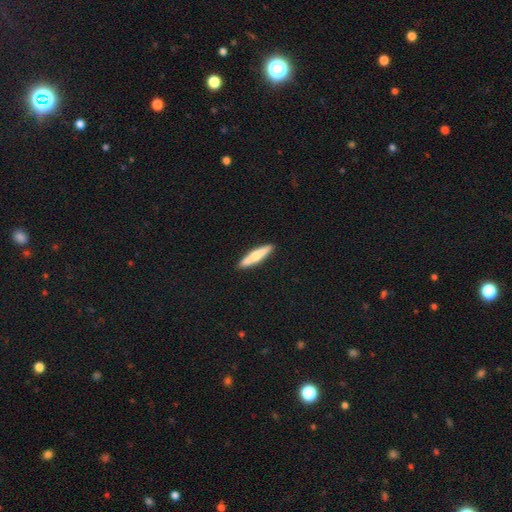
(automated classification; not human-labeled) Smooth or featured?
  - smooth: 57% *
  - featured or disk: 37%
  - star or artifact: 5%
How rounded?
  - cigar-shaped: 87% *
  - in between: 11%
  - round: 2%
Merging?
  - none: 88% *
  - minor disturbance: 8%
  - merger: 2%
  - major disturbance: 2%